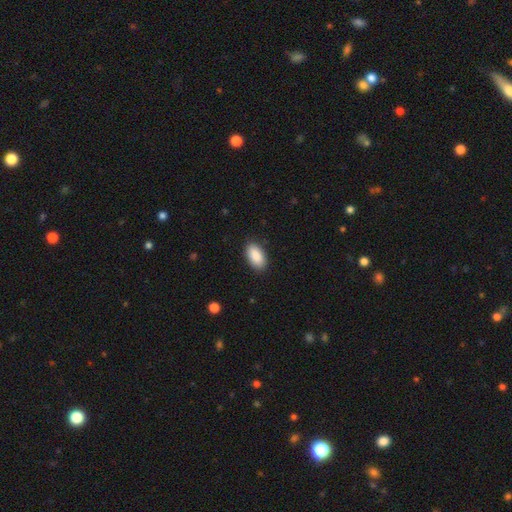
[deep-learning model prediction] smooth-or-featured: smooth: 90% | star or artifact: 6% | featured or disk: 4%
  how-rounded: in between: 95% | round: 3% | cigar-shaped: 2%
  merging: none: 88% | minor disturbance: 9% | major disturbance: 2% | merger: 1%